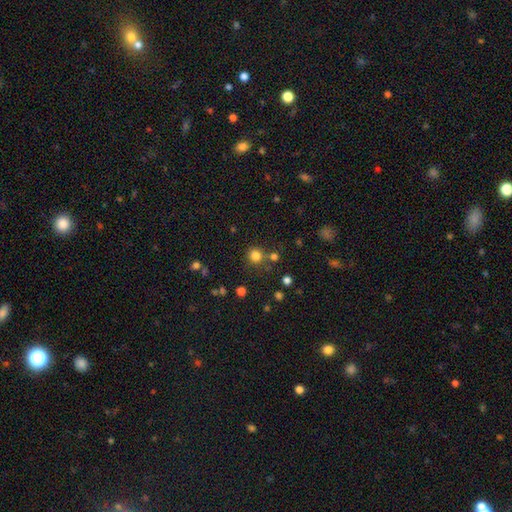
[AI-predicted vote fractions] The model was most divided on "merging": none: 73%, merger: 14%, minor disturbance: 9%, major disturbance: 4%. More confident: how rounded — round (91%); smooth or featured — smooth (78%).